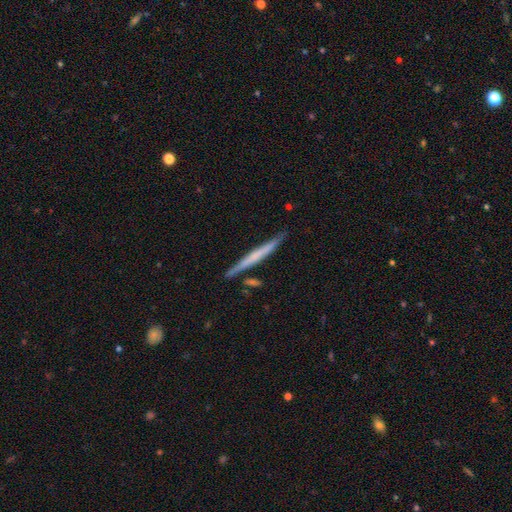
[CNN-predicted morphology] Smooth or featured? Predicted: featured or disk (p=0.53). Edge-on disk? Predicted: yes (p=0.97). Edge-on bulge? Predicted: none (p=0.73). Merging? Predicted: none (p=0.85).